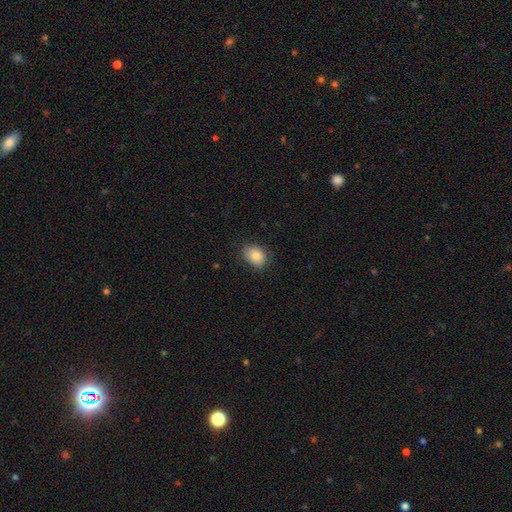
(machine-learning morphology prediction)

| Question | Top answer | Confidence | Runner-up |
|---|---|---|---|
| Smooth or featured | smooth | 86% | star or artifact (8%) |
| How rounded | in between | 67% | round (32%) |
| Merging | none | 80% | minor disturbance (16%) |